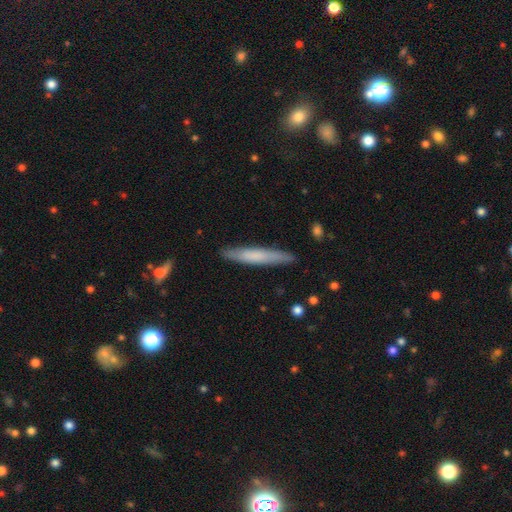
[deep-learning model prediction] Smooth or featured? Predicted: smooth (p=0.63). How rounded? Predicted: cigar-shaped (p=0.94). Merging? Predicted: none (p=0.87).